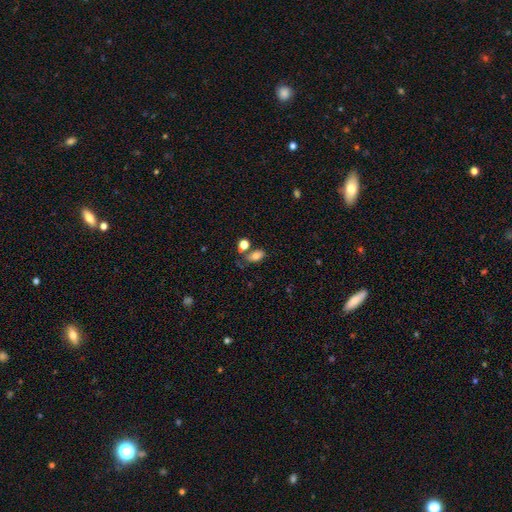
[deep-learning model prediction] smooth_or_featured: smooth (p=0.77) [alt: featured or disk p=0.12]
how_rounded: in between (p=0.87) [alt: round p=0.10]
merging: none (p=0.54) [alt: merger p=0.21]